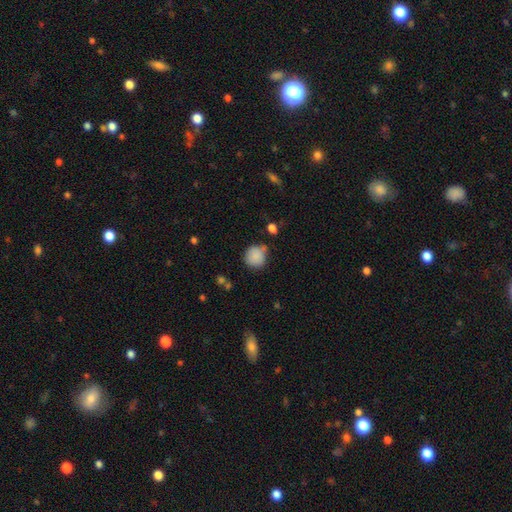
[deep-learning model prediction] Smooth or featured?
  - smooth: 85% *
  - star or artifact: 8%
  - featured or disk: 6%
How rounded?
  - round: 89% *
  - in between: 10%
  - cigar-shaped: 1%
Merging?
  - none: 70% *
  - minor disturbance: 19%
  - merger: 7%
  - major disturbance: 5%